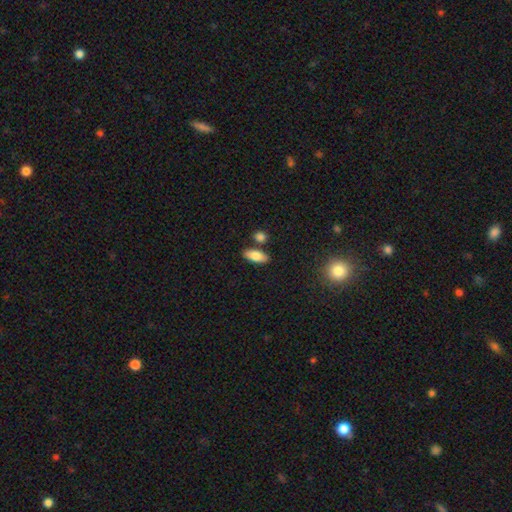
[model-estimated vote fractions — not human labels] smooth 82%, featured or disk 11%, star or artifact 7%. Down the decision tree: how rounded — in between (83%); merging — none (78%).